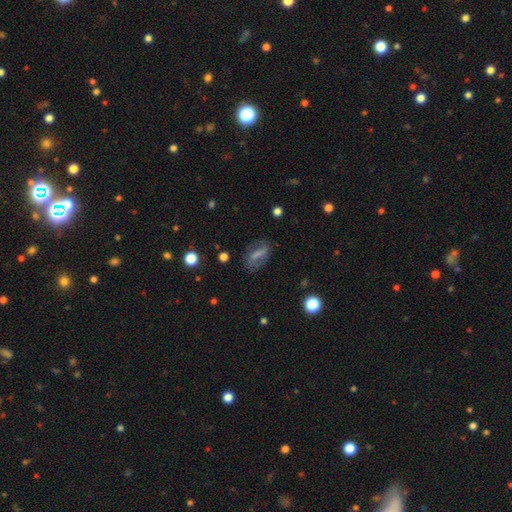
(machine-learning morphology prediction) smooth_or_featured: smooth (p=0.49) [alt: featured or disk p=0.39]
merging: none (p=0.75) [alt: minor disturbance p=0.16]